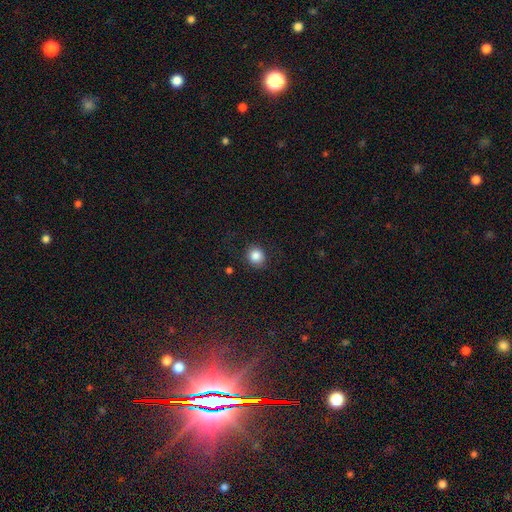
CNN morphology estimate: smooth 85%, star or artifact 10%, featured or disk 5%. Down the decision tree: how rounded — round (85%); merging — none (86%).